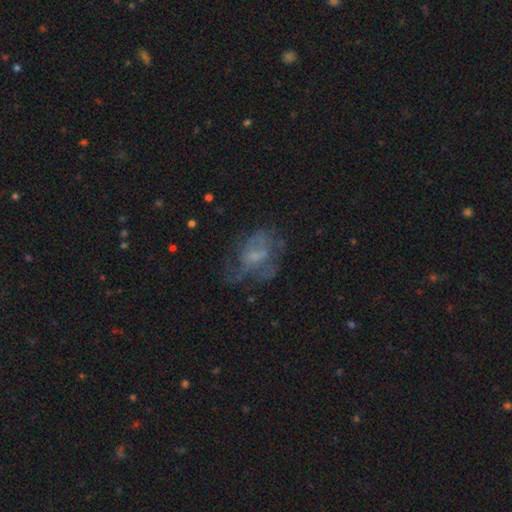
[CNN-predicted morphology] smooth-or-featured: featured or disk: 54% | smooth: 32% | star or artifact: 13%
  disk-edge-on: no: 97% | yes: 3%
    bar: no: 73% | weak: 23% | strong: 4%
    has-spiral-arms: no: 67% | yes: 33%
    bulge-size: small: 41% | none: 32% | moderate: 22% | large: 3% | dominant: 1%
  merging: none: 39% | major disturbance: 36% | minor disturbance: 21% | merger: 4%